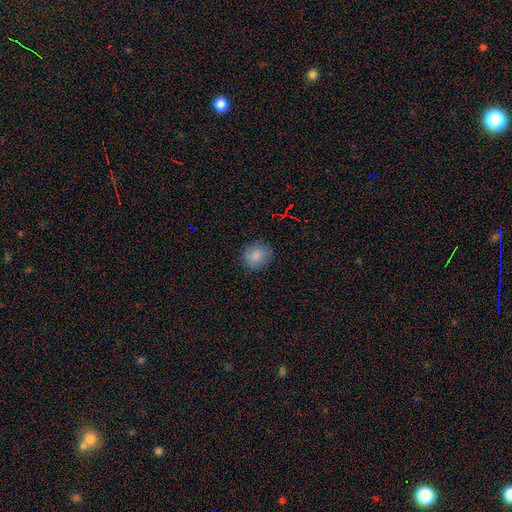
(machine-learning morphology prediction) This is clearly a smooth galaxy (85%). How rounded: likely round (69%). Merging: clearly none (84%).